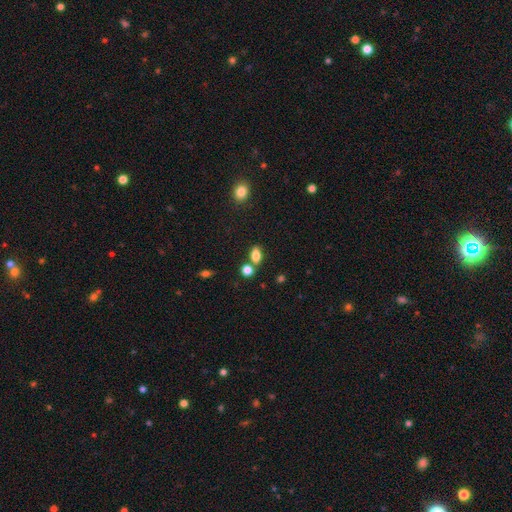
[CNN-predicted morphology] Smooth or featured: smooth — 81% (star or artifact — 10%)
How rounded: in between — 83% (round — 13%)
Merging: none — 65% (merger — 20%)